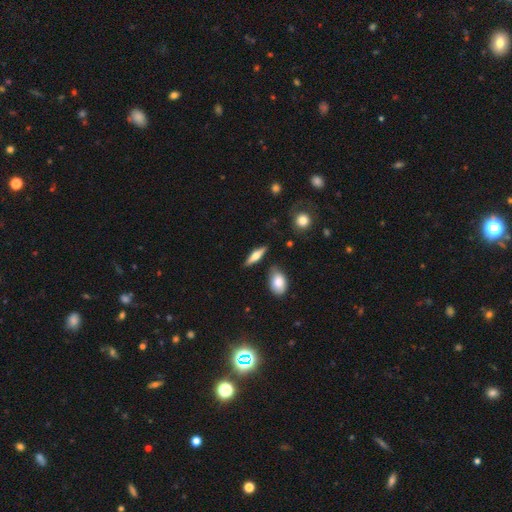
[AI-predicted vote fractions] A featured or disk galaxy (47%). Merging: none (81%).